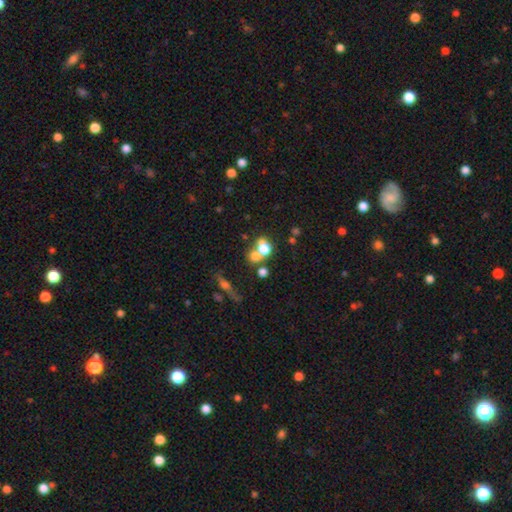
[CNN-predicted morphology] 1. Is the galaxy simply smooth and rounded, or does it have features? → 65% smooth, 20% featured or disk, 15% star or artifact.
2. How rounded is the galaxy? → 64% round, 34% in between, 2% cigar-shaped.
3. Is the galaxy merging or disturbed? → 52% merger, 33% none, 8% minor disturbance, 6% major disturbance.